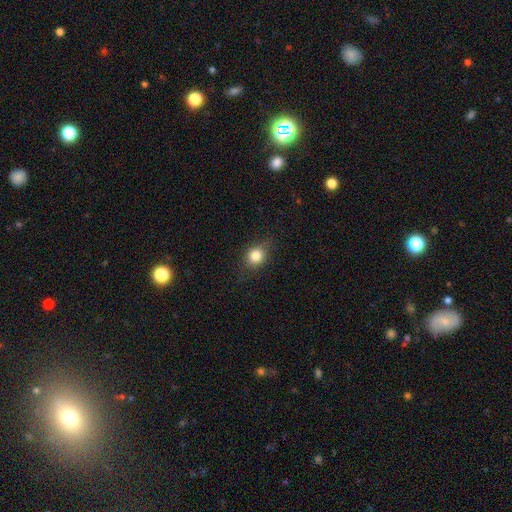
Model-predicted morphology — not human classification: Overall: smooth (81%). How rounded: round (70%). Merging: none (79%).